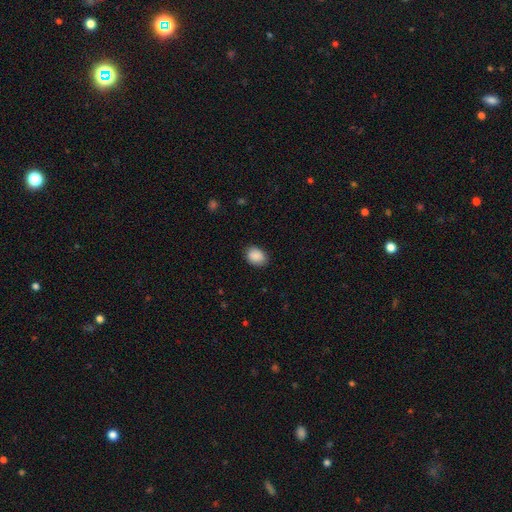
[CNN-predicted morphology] Q: Smooth or featured?
A: smooth (90%); runner-up: star or artifact (7%)
Q: How rounded?
A: in between (68%); runner-up: round (31%)
Q: Merging?
A: none (84%); runner-up: minor disturbance (12%)